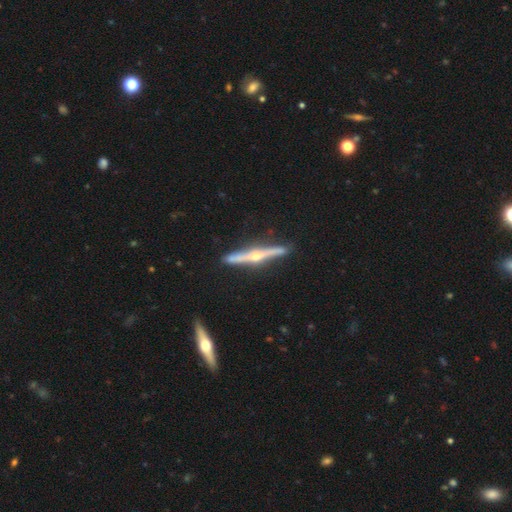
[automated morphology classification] A featured or disk galaxy (85%) viewed edge-on (98%) with a rounded central bulge (93%). Merging: none (89%).